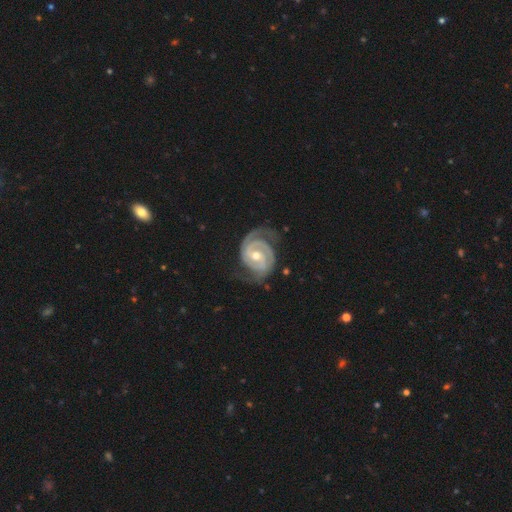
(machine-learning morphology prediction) type=featured or disk (93%); edge-on=no (98%); bar=no (39%, tied with weak); spiral arms=yes (98%); winding=tight (65%); arm count=2 (81%); bulge=moderate (64%); merging=none (71%).